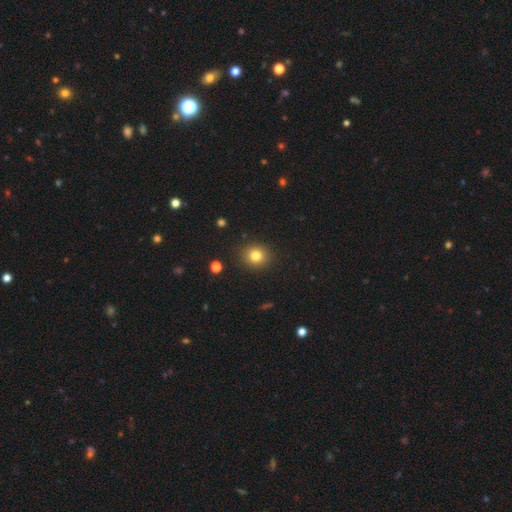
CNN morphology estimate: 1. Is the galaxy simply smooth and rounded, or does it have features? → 82% smooth, 12% star or artifact, 6% featured or disk.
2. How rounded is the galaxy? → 81% round, 18% in between, 1% cigar-shaped.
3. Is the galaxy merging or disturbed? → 89% none, 7% minor disturbance, 2% major disturbance, 1% merger.